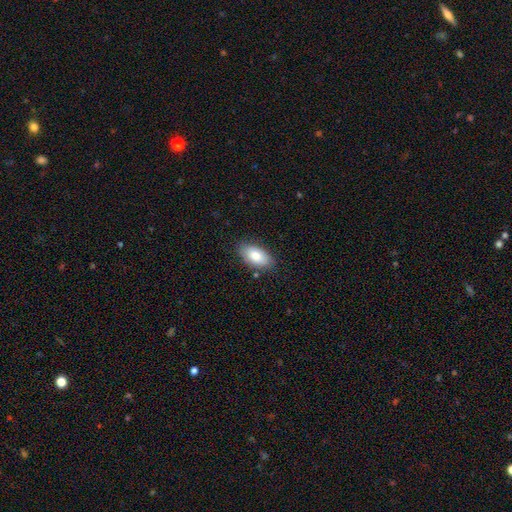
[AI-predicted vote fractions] smooth_or_featured: smooth (p=0.83) [alt: featured or disk p=0.11]
how_rounded: in between (p=0.93) [alt: cigar-shaped p=0.03]
merging: none (p=0.82) [alt: minor disturbance p=0.14]